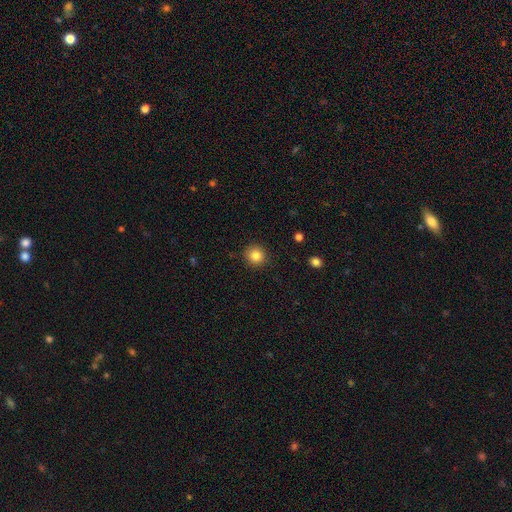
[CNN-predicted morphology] type=smooth (84%); roundness=round (92%); merging=none (90%).